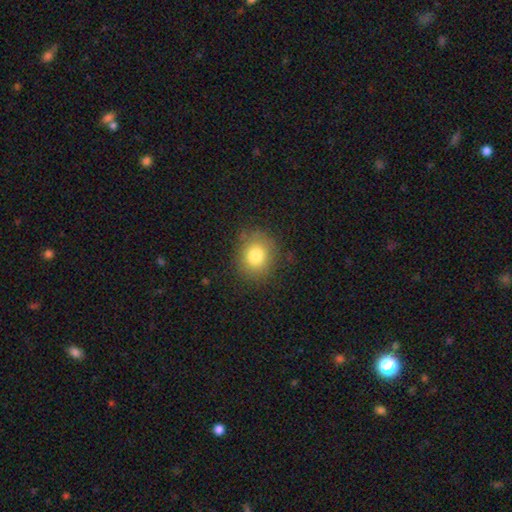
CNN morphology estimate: Smooth or featured? Predicted: smooth (p=0.79). How rounded? Predicted: round (p=0.73). Merging? Predicted: none (p=0.82).